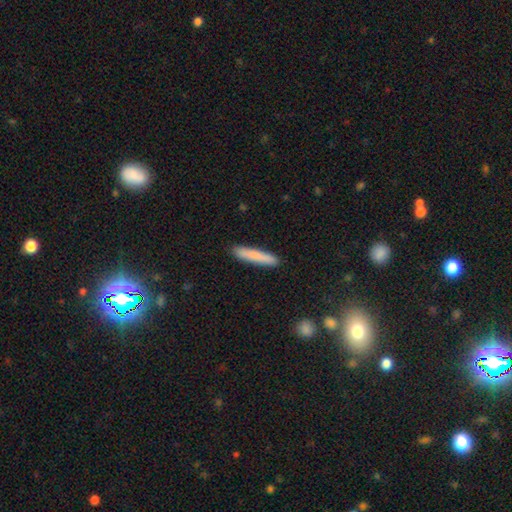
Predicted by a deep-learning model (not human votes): This is clearly a smooth galaxy (82%). How rounded: clearly cigar-shaped (93%). Merging: clearly none (91%).